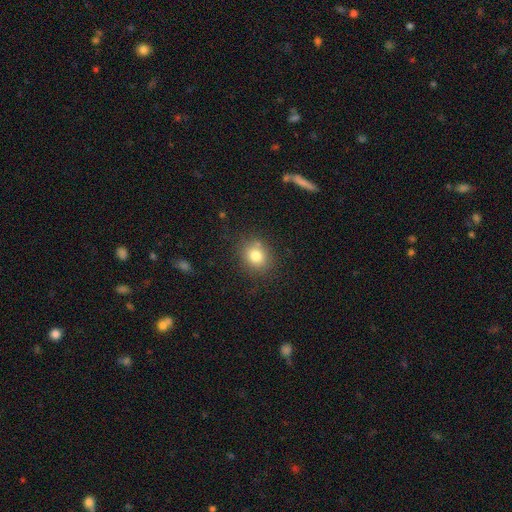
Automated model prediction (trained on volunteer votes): Morphology: type=smooth (79%); roundness=round (70%); merging=none (80%).